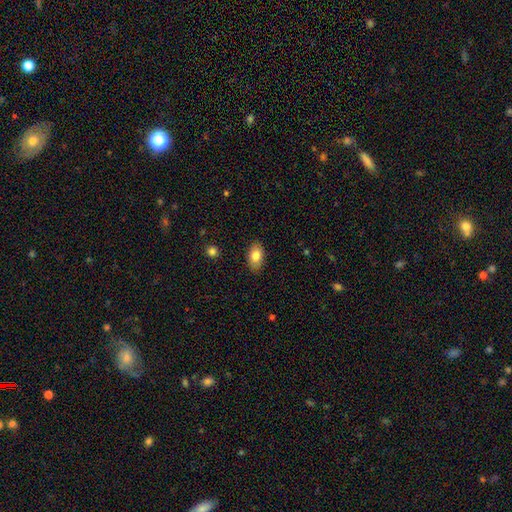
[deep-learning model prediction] smooth_or_featured: smooth (p=0.81) [alt: featured or disk p=0.12]
how_rounded: in between (p=0.91) [alt: round p=0.07]
merging: none (p=0.87) [alt: minor disturbance p=0.10]